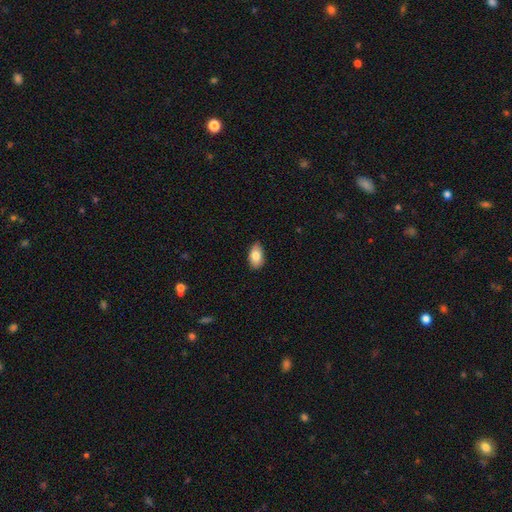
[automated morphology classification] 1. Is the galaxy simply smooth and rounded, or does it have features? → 83% smooth, 10% featured or disk, 7% star or artifact.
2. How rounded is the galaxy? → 92% in between, 6% round, 2% cigar-shaped.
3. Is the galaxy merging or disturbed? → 83% none, 14% minor disturbance, 2% major disturbance, 1% merger.